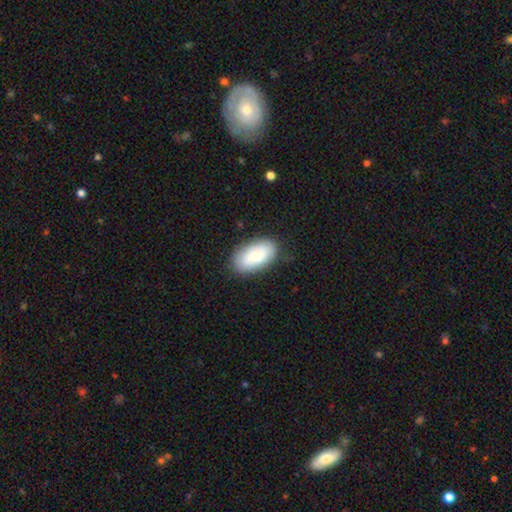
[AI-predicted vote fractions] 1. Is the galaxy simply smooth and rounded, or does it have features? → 79% smooth, 15% featured or disk, 6% star or artifact.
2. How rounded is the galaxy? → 95% in between, 3% round, 2% cigar-shaped.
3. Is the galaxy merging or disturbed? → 82% none, 13% minor disturbance, 3% major disturbance, 1% merger.